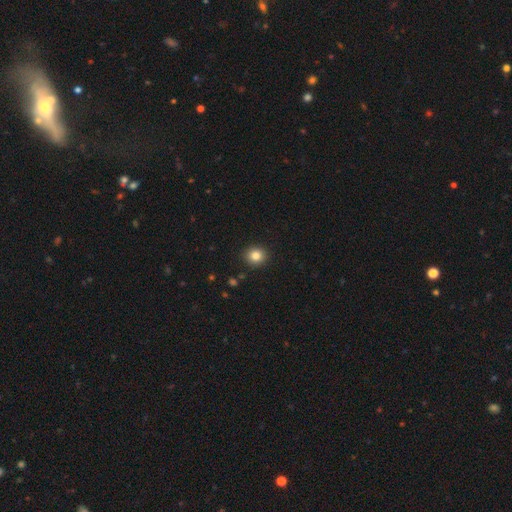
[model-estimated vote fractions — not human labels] smooth 83%, star or artifact 11%, featured or disk 6%. Down the decision tree: how rounded — round (86%); merging — none (91%).